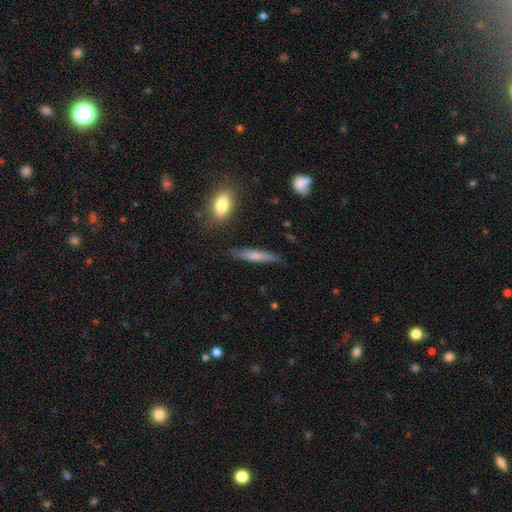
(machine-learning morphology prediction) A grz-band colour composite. It shows a smooth galaxy with no disk features (65%) that is cigar-shaped (89%). Merging: none (80%).